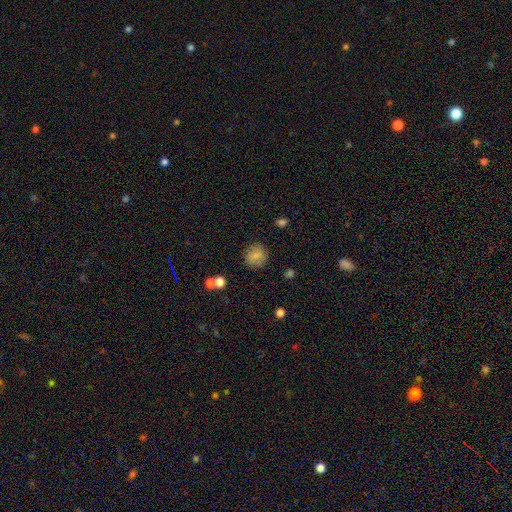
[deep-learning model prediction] Overall: smooth (82%). How rounded: round (86%). Merging: none (86%).